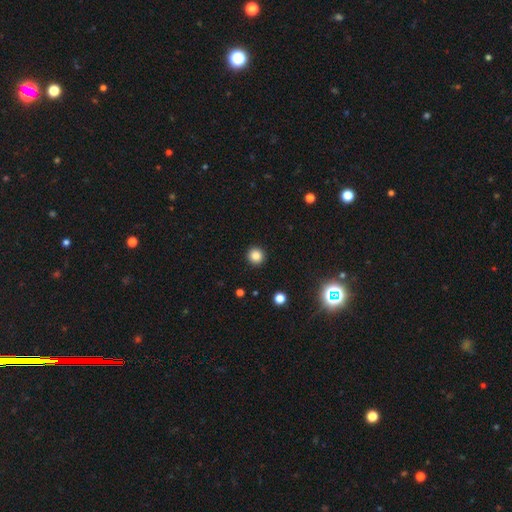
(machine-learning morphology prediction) A smooth galaxy with no disk features (84%) that is round (95%).

Vote fractions:
- Smooth or featured? smooth: 84% / star or artifact: 12% / featured or disk: 4%
- How rounded? round: 95% / in between: 4% / cigar-shaped: 1%
- Merging? none: 93% / minor disturbance: 4% / major disturbance: 2% / merger: 1%